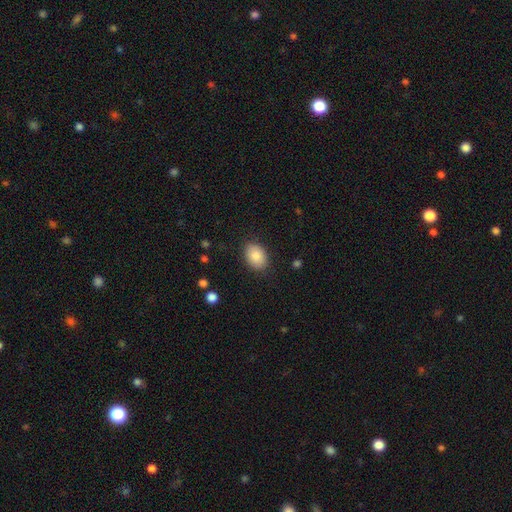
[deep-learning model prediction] This appears to be a smooth galaxy with no disk features (86%) that is in between round and cigar-shaped (81%). Merging: none (87%).